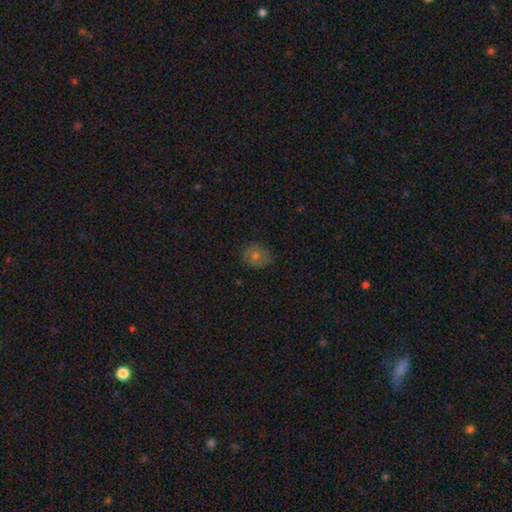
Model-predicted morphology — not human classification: smooth-or-featured: smooth: 61% | featured or disk: 22% | star or artifact: 16%
  how-rounded: round: 67% | in between: 32% | cigar-shaped: 1%
  merging: none: 80% | minor disturbance: 15% | major disturbance: 3% | merger: 1%